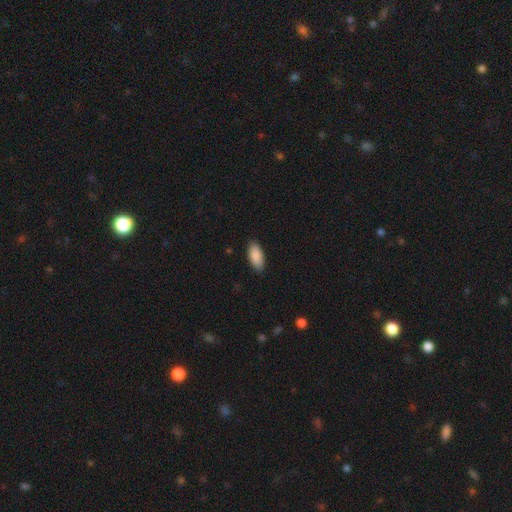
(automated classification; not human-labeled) smooth_or_featured: smooth (p=0.90) [alt: star or artifact p=0.06]
how_rounded: in between (p=0.89) [alt: cigar-shaped p=0.09]
merging: none (p=0.88) [alt: minor disturbance p=0.09]